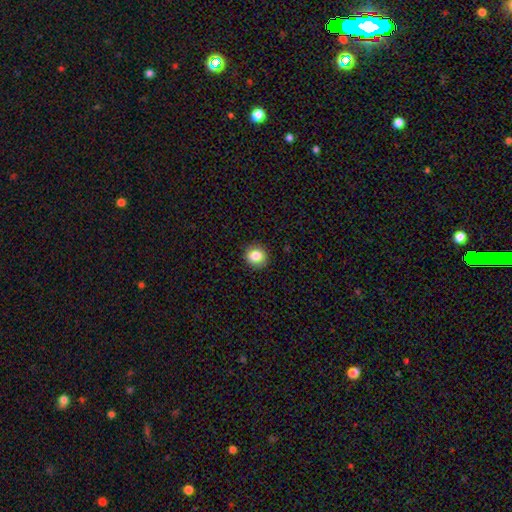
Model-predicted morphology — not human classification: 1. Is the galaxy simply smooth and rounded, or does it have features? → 83% smooth, 9% star or artifact, 7% featured or disk.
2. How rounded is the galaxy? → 85% round, 14% in between, 1% cigar-shaped.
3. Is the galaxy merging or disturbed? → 90% none, 7% minor disturbance, 2% major disturbance, 1% merger.